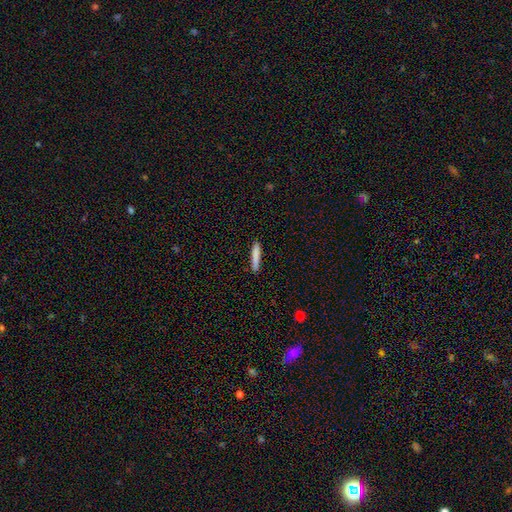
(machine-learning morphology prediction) Smooth or featured?
  - smooth: 84% *
  - featured or disk: 10%
  - star or artifact: 6%
How rounded?
  - cigar-shaped: 92% *
  - in between: 7%
  - round: 1%
Merging?
  - none: 87% *
  - minor disturbance: 9%
  - major disturbance: 2%
  - merger: 1%